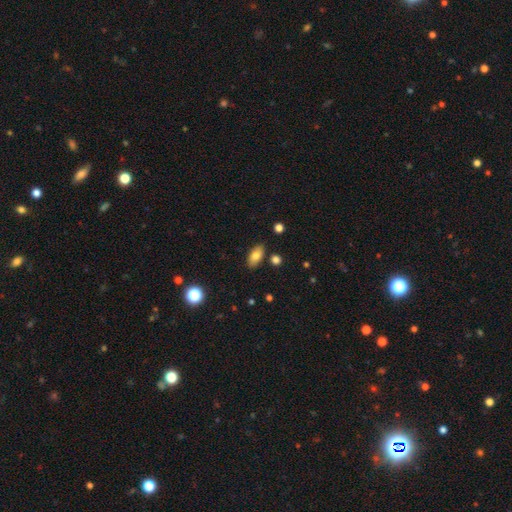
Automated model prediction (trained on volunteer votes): Q: Smooth or featured?
A: smooth (81%); runner-up: featured or disk (11%)
Q: How rounded?
A: in between (90%); runner-up: cigar-shaped (6%)
Q: Merging?
A: none (85%); runner-up: minor disturbance (10%)